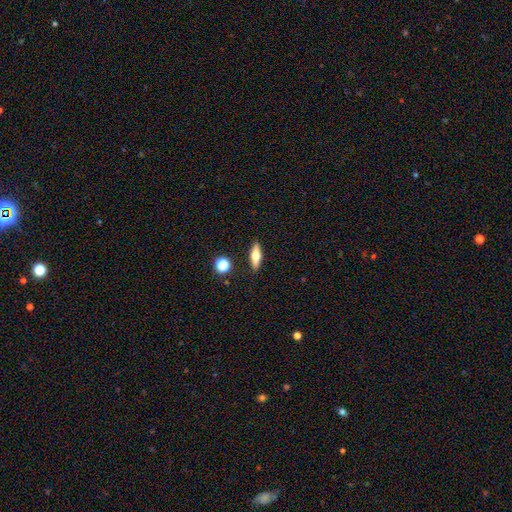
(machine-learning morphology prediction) type=smooth (47%); merging=none (89%).